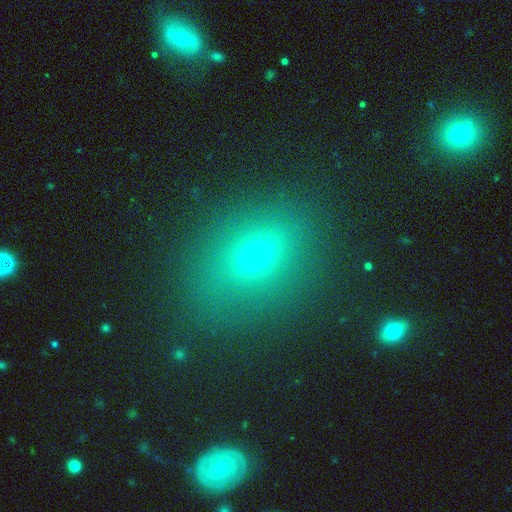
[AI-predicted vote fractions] A smooth galaxy with no disk features (56%) that is in between round and cigar-shaped (61%). Merging: none (83%).